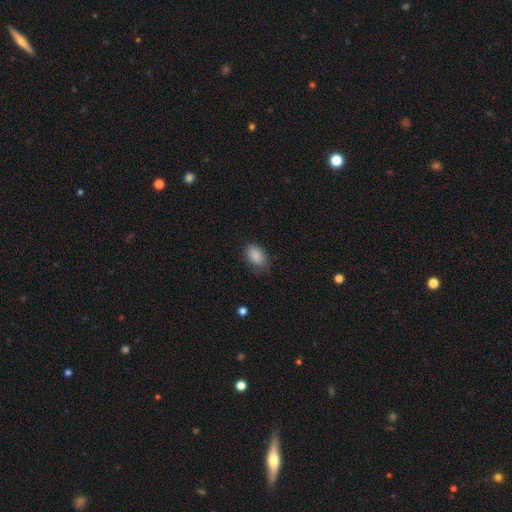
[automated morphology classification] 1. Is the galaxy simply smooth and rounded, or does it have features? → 87% smooth, 8% star or artifact, 5% featured or disk.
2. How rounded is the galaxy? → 87% in between, 12% round, 1% cigar-shaped.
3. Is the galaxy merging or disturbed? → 71% none, 22% minor disturbance, 6% major disturbance, 1% merger.